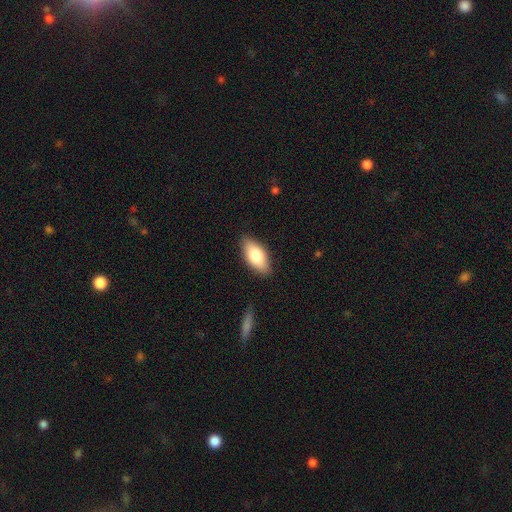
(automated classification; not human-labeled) Smooth or featured?
  - smooth: 77% *
  - featured or disk: 17%
  - star or artifact: 6%
How rounded?
  - in between: 89% *
  - cigar-shaped: 8%
  - round: 3%
Merging?
  - none: 85% *
  - minor disturbance: 11%
  - major disturbance: 2%
  - merger: 1%